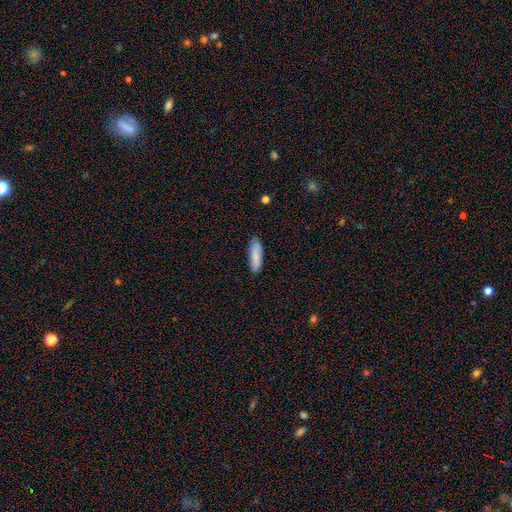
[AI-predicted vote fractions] A smooth galaxy with no disk features (85%) that is cigar-shaped (54%). Merging: none (85%).